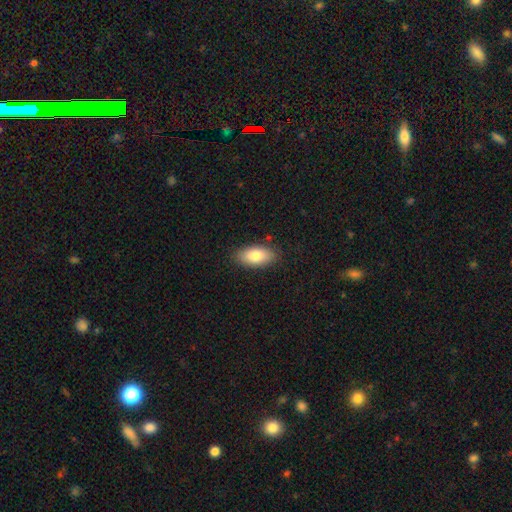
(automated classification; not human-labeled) This is clearly a smooth galaxy (80%). How rounded: clearly in between (91%). Merging: clearly none (85%).